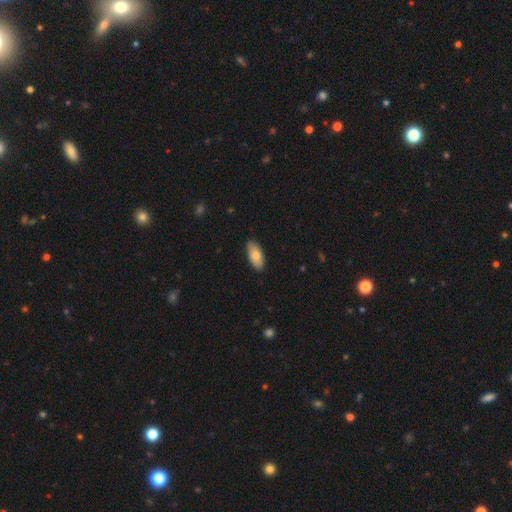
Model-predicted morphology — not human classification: This is likely a smooth galaxy (79%). How rounded: clearly in between (89%). Merging: clearly none (86%).